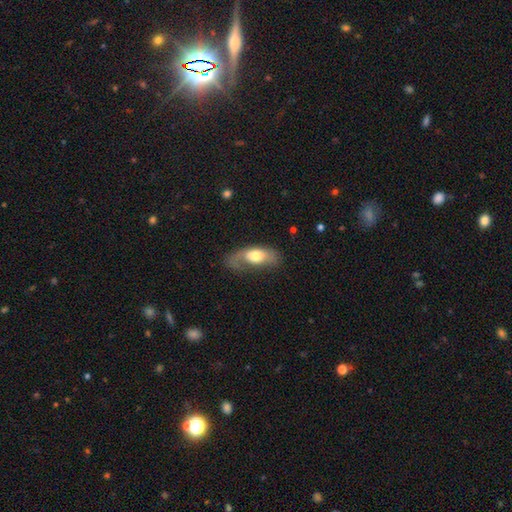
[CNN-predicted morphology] Overall: smooth (59%; featured or disk 35%). How rounded: in between (81%). Merging: none (36%; major disturbance 32%).